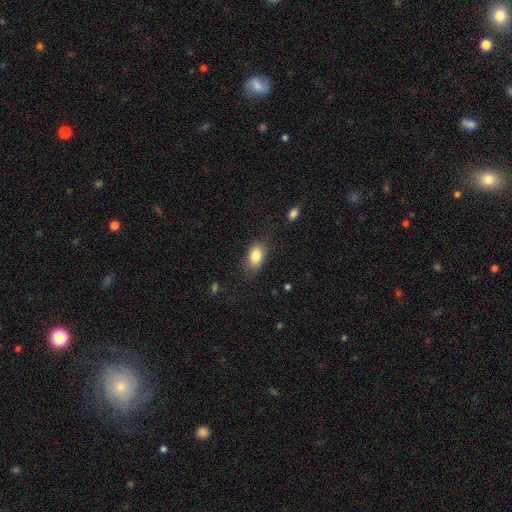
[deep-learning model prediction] A smooth galaxy with no disk features (82%) that is in between round and cigar-shaped (87%).

Vote fractions:
- Smooth or featured? smooth: 82% / featured or disk: 10% / star or artifact: 8%
- How rounded? in between: 87% / round: 11% / cigar-shaped: 2%
- Merging? none: 75% / minor disturbance: 18% / major disturbance: 5% / merger: 2%